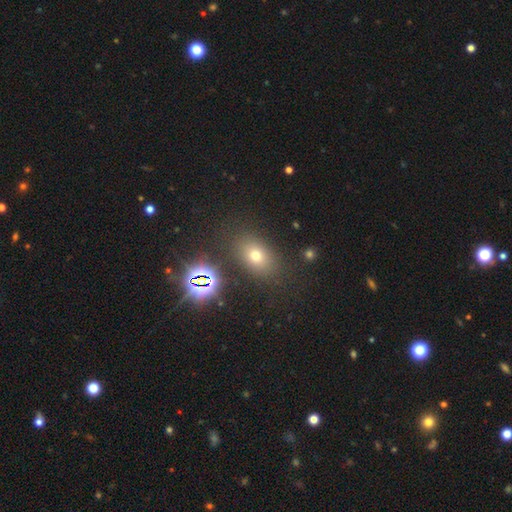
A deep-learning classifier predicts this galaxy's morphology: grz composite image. It shows a smooth galaxy with no disk features (65%) that is in between round and cigar-shaped (69%). Merging: none (81%).